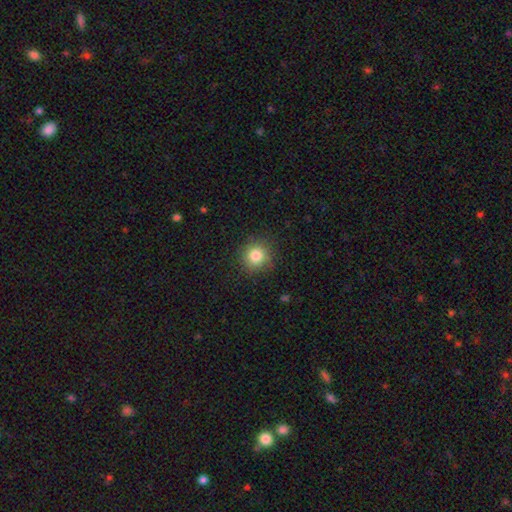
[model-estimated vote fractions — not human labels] The model was most divided on "smooth or featured": smooth: 82%, star or artifact: 12%, featured or disk: 6%. More confident: how rounded — round (89%); merging — none (87%).